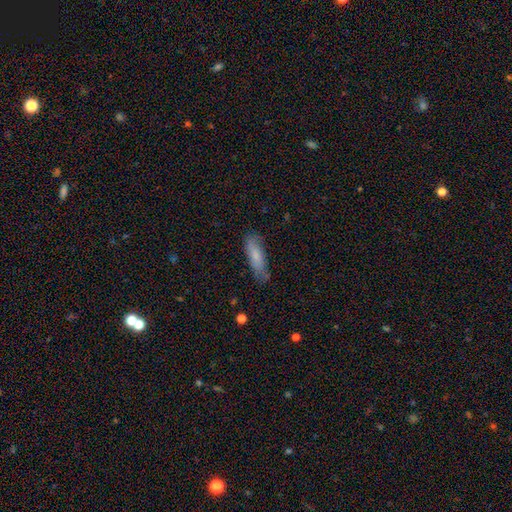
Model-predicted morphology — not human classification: This is likely a smooth galaxy (74%). How rounded: possibly cigar-shaped (53%). Merging: likely none (71%).